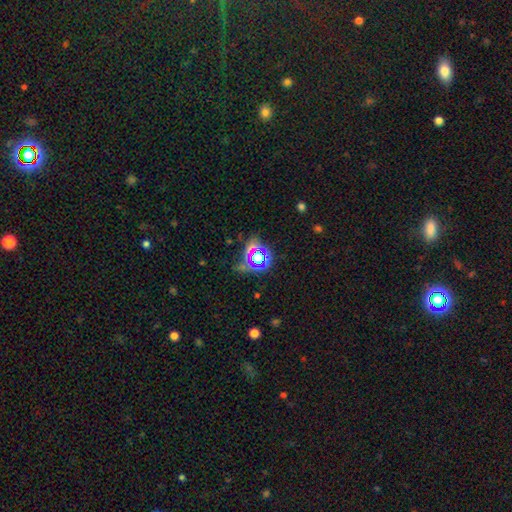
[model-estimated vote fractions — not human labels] Morphology: type=star or artifact (63%).